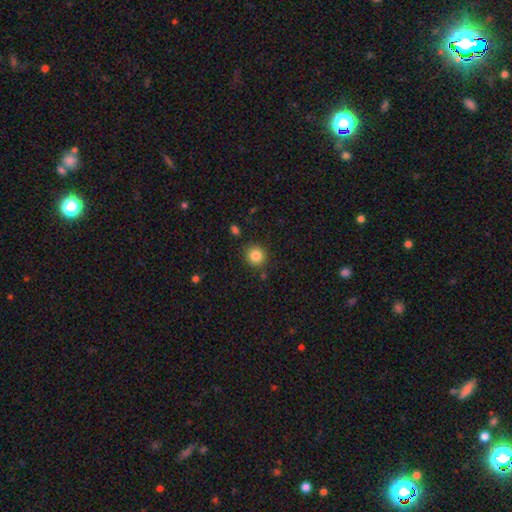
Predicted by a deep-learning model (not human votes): Smooth or featured? smooth (84%)
How rounded? round (90%)
Merging? none (87%)